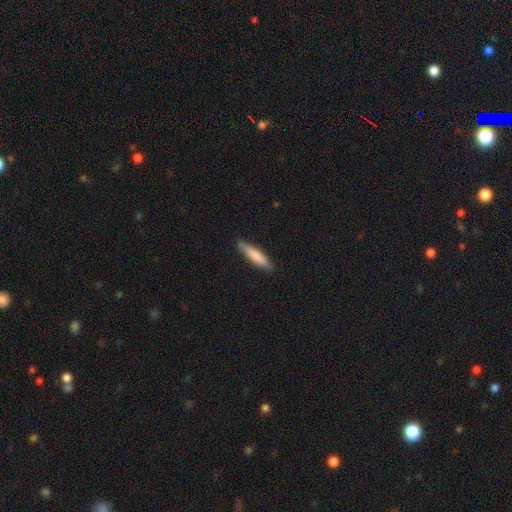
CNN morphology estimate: Q: Smooth or featured?
A: smooth (82%); runner-up: featured or disk (13%)
Q: How rounded?
A: cigar-shaped (80%); runner-up: in between (18%)
Q: Merging?
A: none (85%); runner-up: minor disturbance (12%)